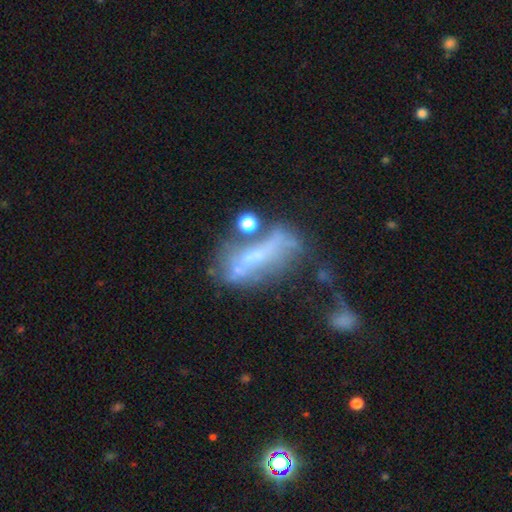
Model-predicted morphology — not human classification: Smooth or featured?
  - featured or disk: 57% *
  - smooth: 29%
  - star or artifact: 15%
Edge-on disk?
  - no: 82% *
  - yes: 18%
Merging?
  - major disturbance: 28% *
  - none: 27%
  - merger: 27%
  - minor disturbance: 18%